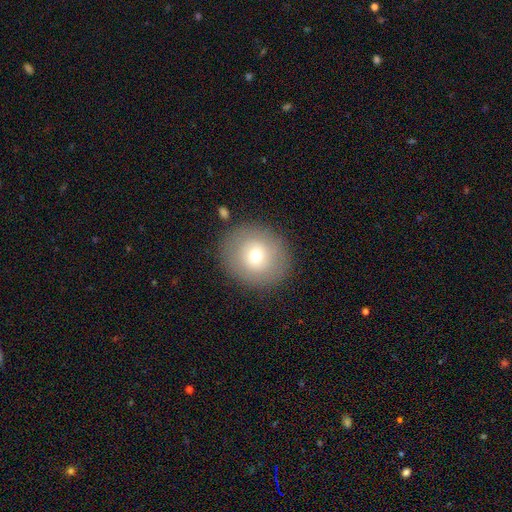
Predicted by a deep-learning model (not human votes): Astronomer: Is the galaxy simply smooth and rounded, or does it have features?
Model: smooth — 71%.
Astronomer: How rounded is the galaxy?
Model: round — 83%.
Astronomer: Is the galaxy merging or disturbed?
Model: none — 87%.